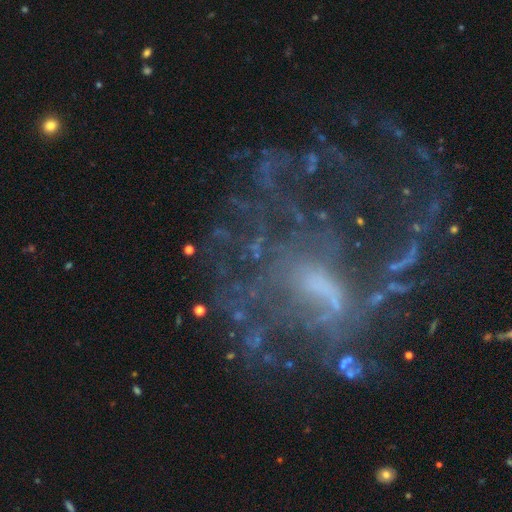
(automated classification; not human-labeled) smooth_or_featured: featured or disk (p=0.64) [alt: star or artifact p=0.24]
disk_edge_on: no (p=0.96) [alt: yes p=0.04]
bar: no (p=0.58) [alt: weak p=0.29]
has_spiral_arms: no (p=0.51) [alt: yes p=0.49]
bulge_size: small (p=0.33) [alt: none p=0.32]
merging: major disturbance (p=0.41) [alt: none p=0.37]